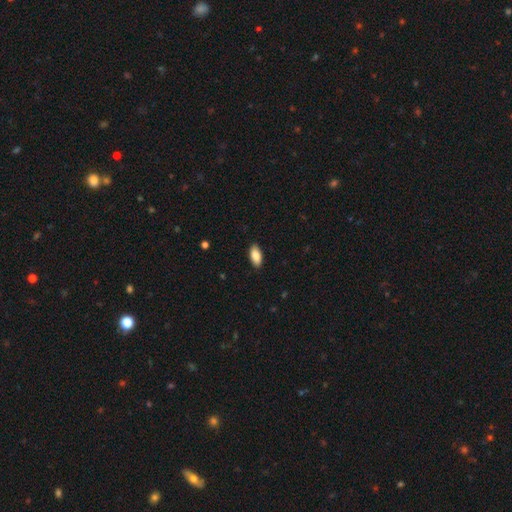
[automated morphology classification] Smooth or featured: smooth — 87% (featured or disk — 6%)
How rounded: in between — 91% (cigar-shaped — 7%)
Merging: none — 89% (minor disturbance — 8%)